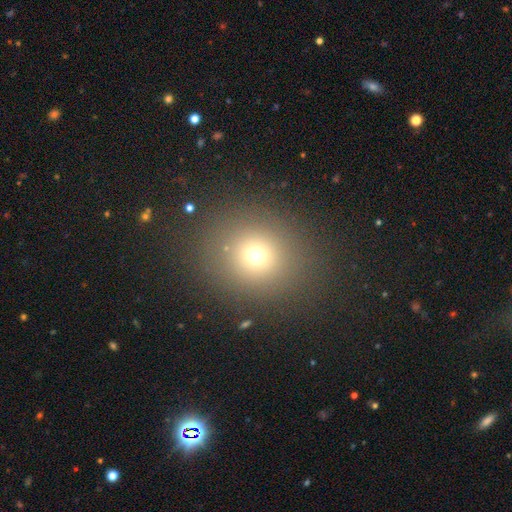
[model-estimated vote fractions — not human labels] Smooth or featured: smooth — 68% (star or artifact — 21%)
How rounded: round — 83% (in between — 16%)
Merging: none — 85% (minor disturbance — 8%)